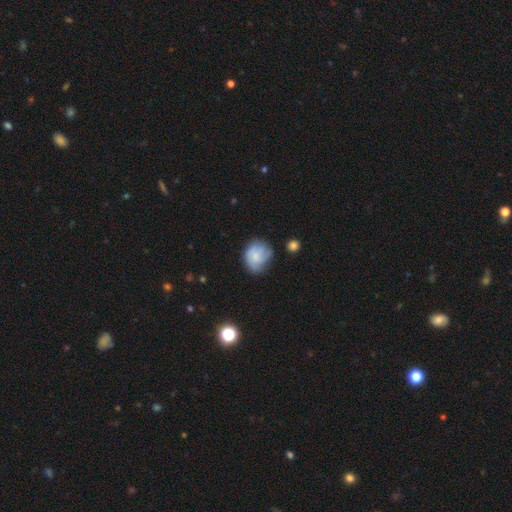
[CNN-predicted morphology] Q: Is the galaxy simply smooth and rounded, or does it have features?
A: smooth — 57%.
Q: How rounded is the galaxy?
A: round — 68%.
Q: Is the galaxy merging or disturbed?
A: none — 55%.